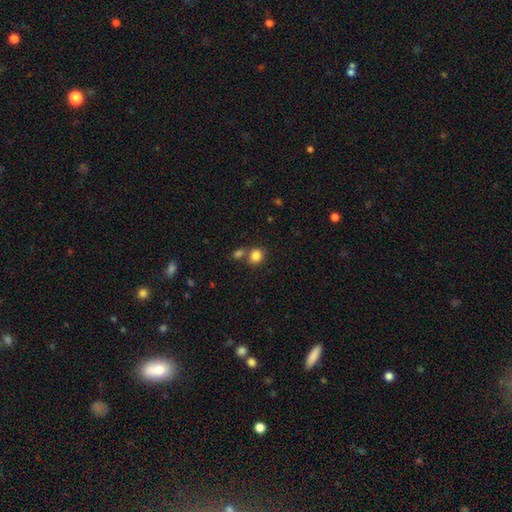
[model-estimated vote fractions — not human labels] smooth 84%, star or artifact 10%, featured or disk 6%. Down the decision tree: how rounded — round (69%); merging — none (58%).